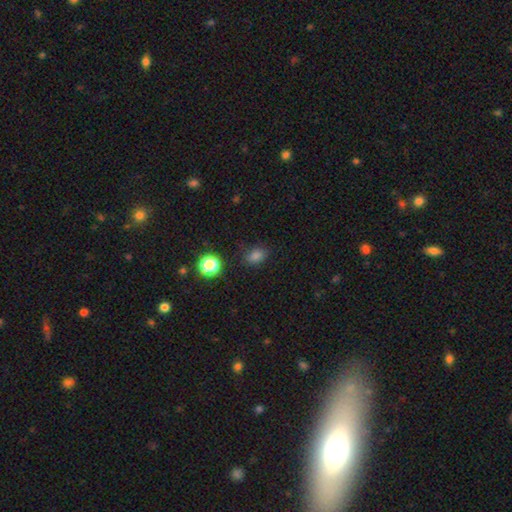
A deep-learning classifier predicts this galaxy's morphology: This is likely a smooth galaxy (78%). How rounded: likely in between (68%). Merging: clearly none (82%).